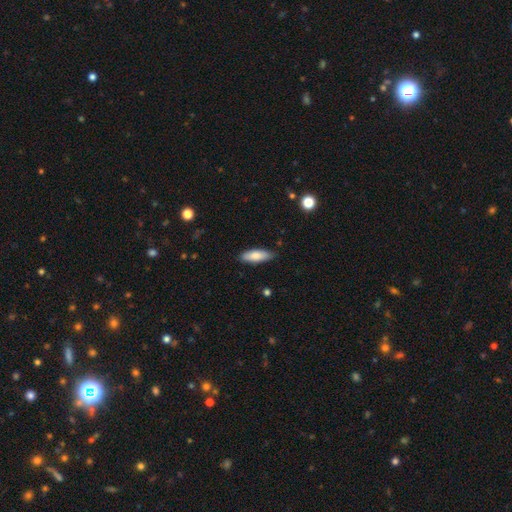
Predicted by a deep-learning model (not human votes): Smooth or featured: smooth — 80% (featured or disk — 14%)
How rounded: in between — 60% (cigar-shaped — 38%)
Merging: none — 83% (minor disturbance — 13%)